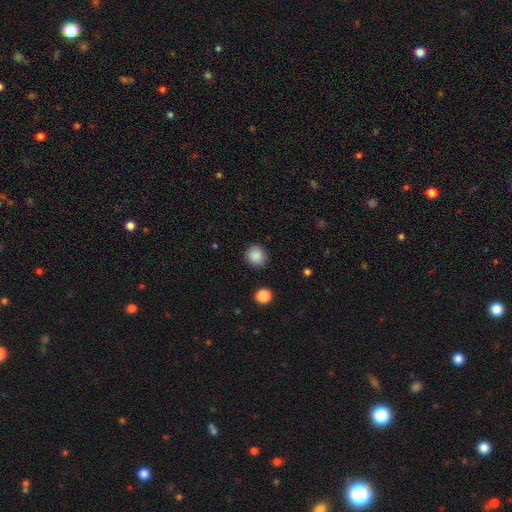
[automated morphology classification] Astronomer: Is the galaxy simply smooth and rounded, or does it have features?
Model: smooth — 88%.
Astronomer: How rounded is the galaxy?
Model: round — 87%.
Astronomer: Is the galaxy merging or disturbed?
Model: none — 89%.